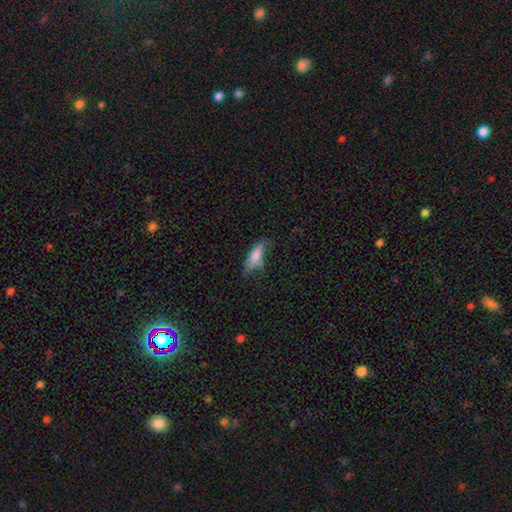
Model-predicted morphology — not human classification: A smooth galaxy with no disk features (75%) that is in between round and cigar-shaped (65%). Merging: none (41%).